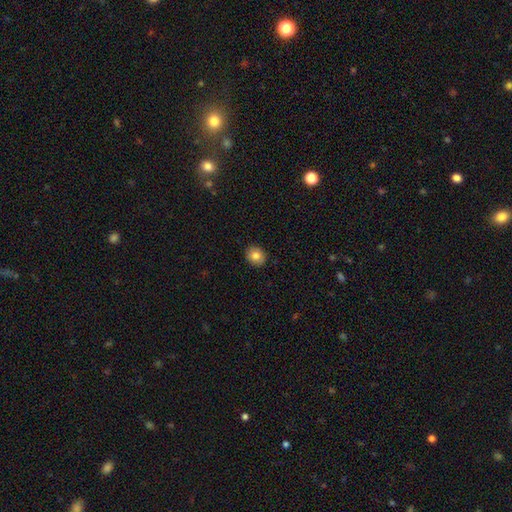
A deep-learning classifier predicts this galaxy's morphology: Smooth or featured?
  - smooth: 81% *
  - featured or disk: 10%
  - star or artifact: 10%
How rounded?
  - round: 71% *
  - in between: 28%
  - cigar-shaped: 1%
Merging?
  - none: 91% *
  - minor disturbance: 6%
  - major disturbance: 2%
  - merger: 1%